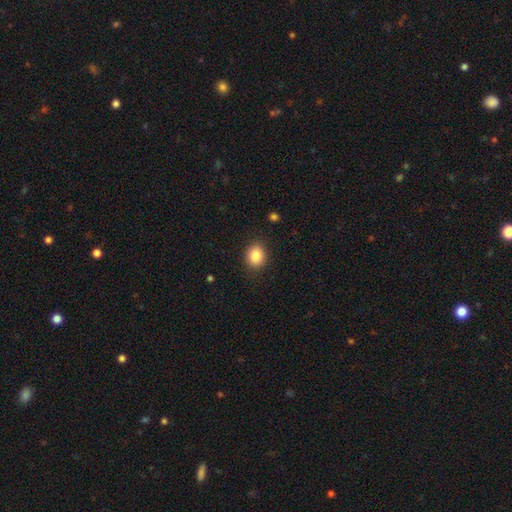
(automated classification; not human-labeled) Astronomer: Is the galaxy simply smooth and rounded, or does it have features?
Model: smooth — 85%.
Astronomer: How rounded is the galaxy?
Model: round — 60% (runner-up: in between, 39%).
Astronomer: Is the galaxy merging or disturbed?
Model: none — 87%.